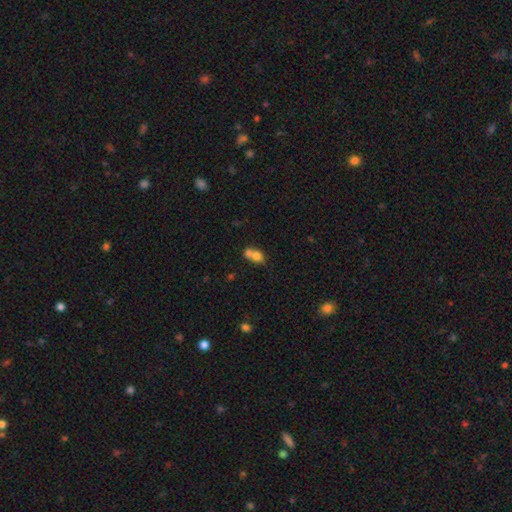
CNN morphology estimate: Smooth or featured? Predicted: smooth (p=0.72). How rounded? Predicted: round (p=0.56). Merging? Predicted: merger (p=0.67).